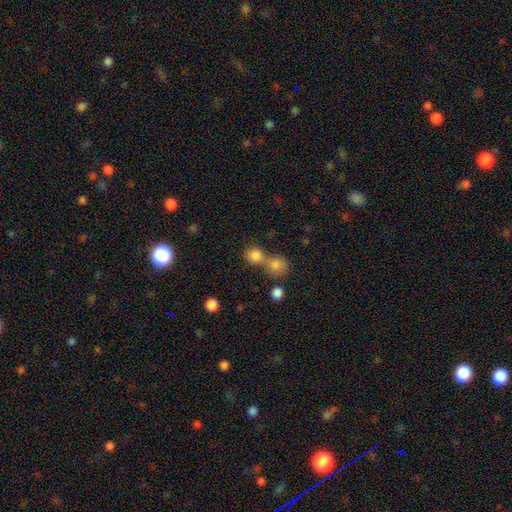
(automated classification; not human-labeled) This is clearly a smooth galaxy (81%). How rounded: clearly round (84%). Merging: possibly none (45%, tied with merger).